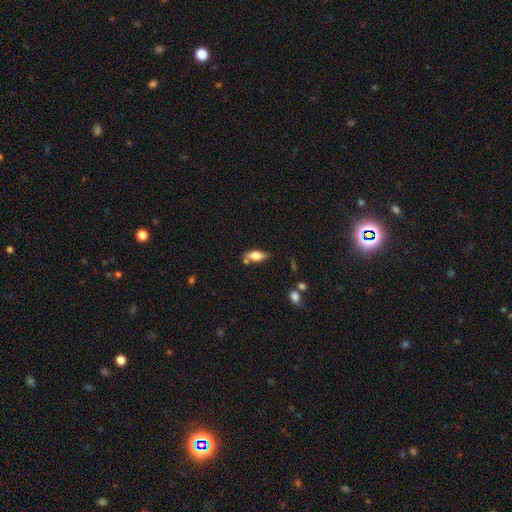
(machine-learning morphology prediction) This is likely a smooth galaxy (68%). How rounded: likely in between (78%). Merging: likely none (67%).